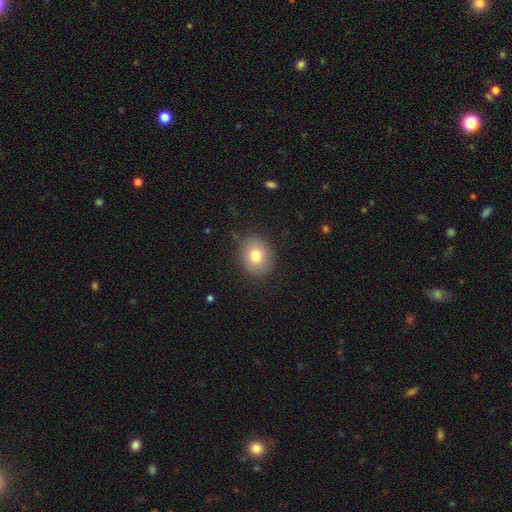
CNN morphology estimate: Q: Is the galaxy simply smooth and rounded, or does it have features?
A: smooth — 77%.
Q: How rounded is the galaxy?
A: round — 54%.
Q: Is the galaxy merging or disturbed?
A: none — 82%.